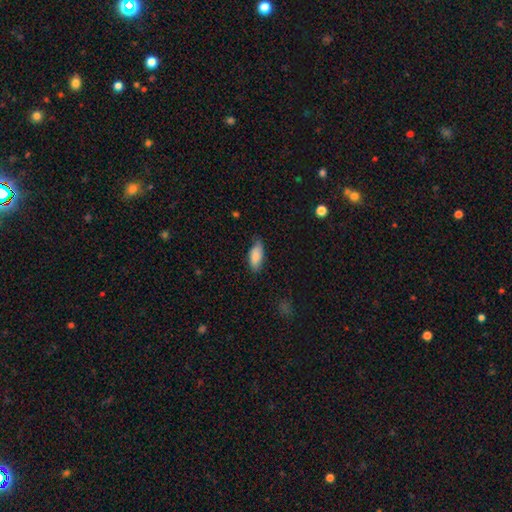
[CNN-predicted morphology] smooth 85%, featured or disk 9%, star or artifact 6%. Down the decision tree: how rounded — in between (86%); merging — none (71%).